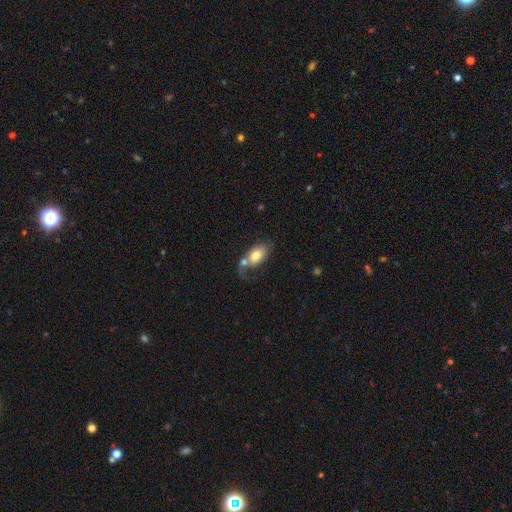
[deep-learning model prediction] Smooth or featured: smooth — 72% (featured or disk — 20%)
How rounded: in between — 84% (round — 14%)
Merging: merger — 34% (tied with none — 34%)